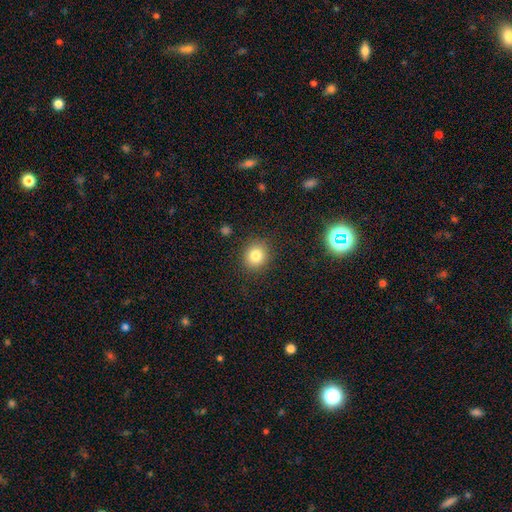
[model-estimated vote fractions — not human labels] Morphology: type=smooth (82%); roundness=round (83%); merging=none (88%).